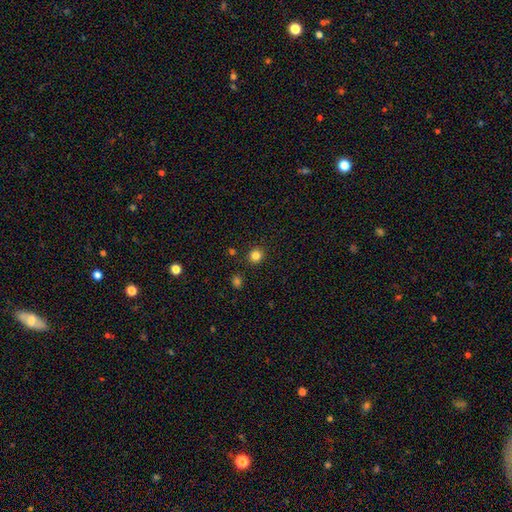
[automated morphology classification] Smooth or featured: smooth — 82% (star or artifact — 13%)
How rounded: round — 88% (in between — 11%)
Merging: none — 89% (minor disturbance — 6%)